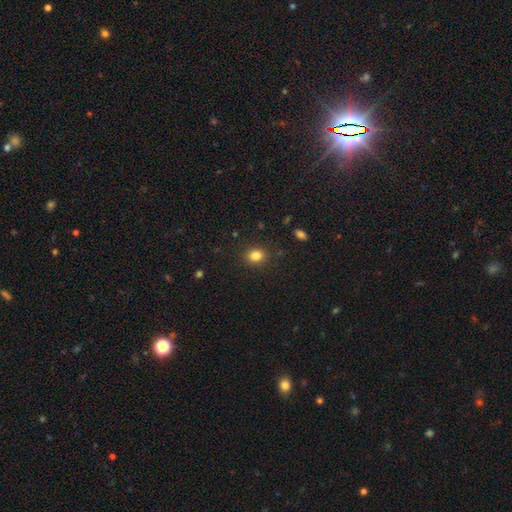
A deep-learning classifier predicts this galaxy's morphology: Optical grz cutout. It shows a smooth galaxy with no disk features (83%) that is in between round and cigar-shaped (50%). Merging: none (88%).